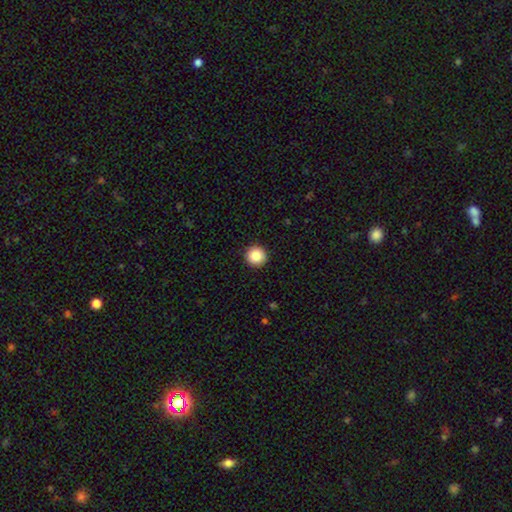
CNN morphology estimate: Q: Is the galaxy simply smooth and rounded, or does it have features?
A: smooth — 86%.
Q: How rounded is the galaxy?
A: round — 96%.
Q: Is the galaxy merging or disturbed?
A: none — 93%.